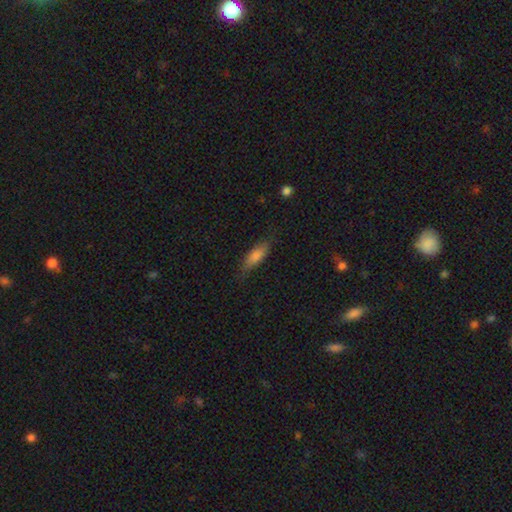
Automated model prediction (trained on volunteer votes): The model was most divided on "how rounded": in between: 59%, cigar-shaped: 39%, round: 2%. More confident: smooth or featured — smooth (79%); merging — none (77%).